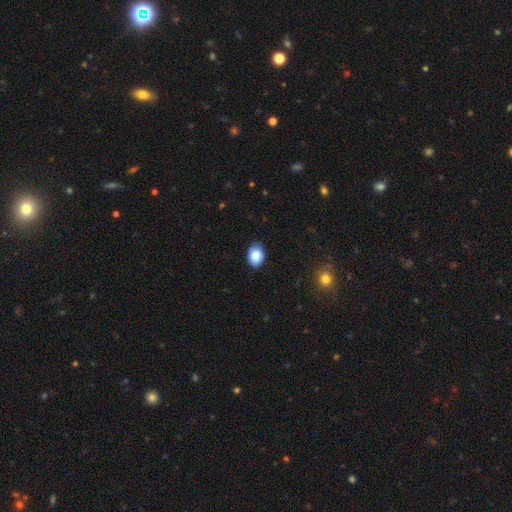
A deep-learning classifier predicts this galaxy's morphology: Overall: smooth (87%). How rounded: in between (81%). Merging: none (87%).